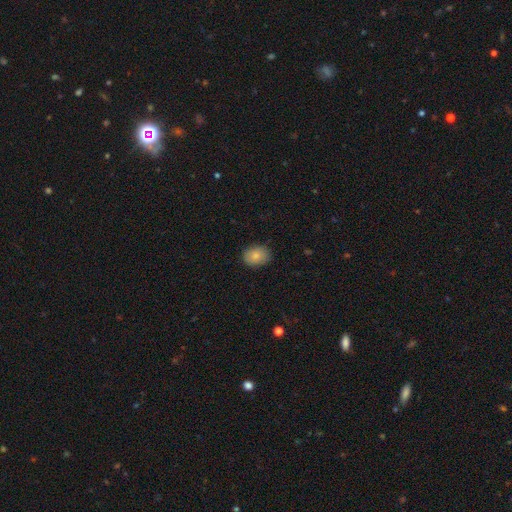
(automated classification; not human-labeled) Smooth or featured: smooth — 84% (featured or disk — 8%)
How rounded: in between — 61% (round — 38%)
Merging: none — 86% (minor disturbance — 11%)